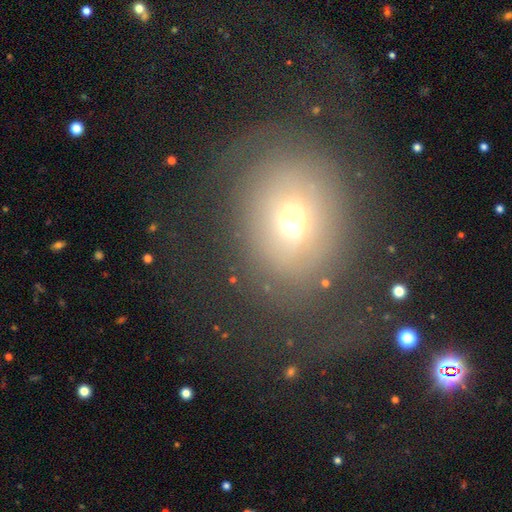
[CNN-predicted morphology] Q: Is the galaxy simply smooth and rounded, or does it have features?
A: smooth — 55%.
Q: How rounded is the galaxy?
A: round — 61%.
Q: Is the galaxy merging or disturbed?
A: none — 54%.